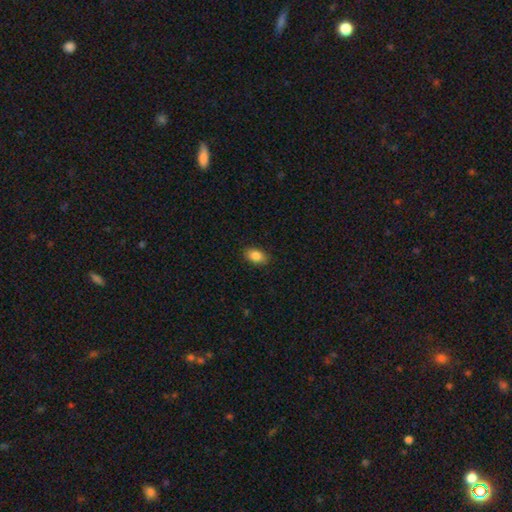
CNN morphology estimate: Smooth or featured?
  - smooth: 87% *
  - star or artifact: 8%
  - featured or disk: 6%
How rounded?
  - in between: 88% *
  - round: 10%
  - cigar-shaped: 2%
Merging?
  - none: 88% *
  - minor disturbance: 9%
  - major disturbance: 2%
  - merger: 1%